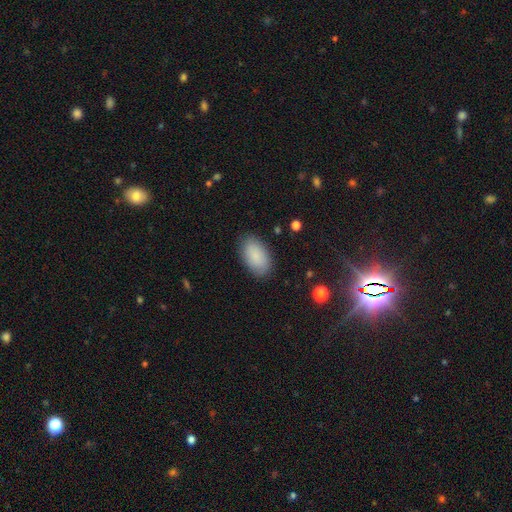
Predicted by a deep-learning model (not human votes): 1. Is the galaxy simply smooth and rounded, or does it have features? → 88% smooth, 7% star or artifact, 5% featured or disk.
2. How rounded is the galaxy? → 94% in between, 4% round, 1% cigar-shaped.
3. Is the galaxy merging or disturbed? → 87% none, 10% minor disturbance, 3% major disturbance, 1% merger.